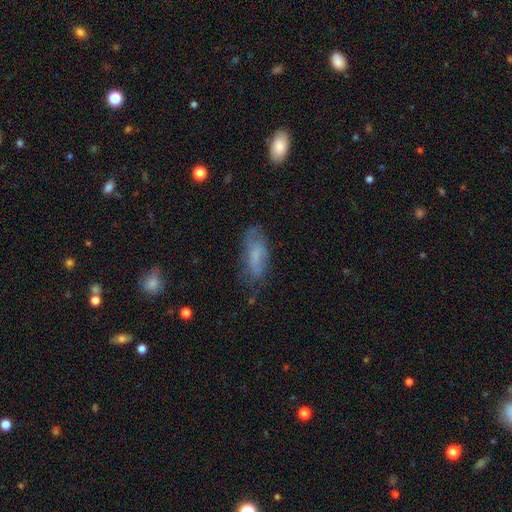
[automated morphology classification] smooth_or_featured: smooth (p=0.58) [alt: featured or disk p=0.33]
how_rounded: in between (p=0.75) [alt: cigar-shaped p=0.22]
merging: none (p=0.59) [alt: minor disturbance p=0.27]